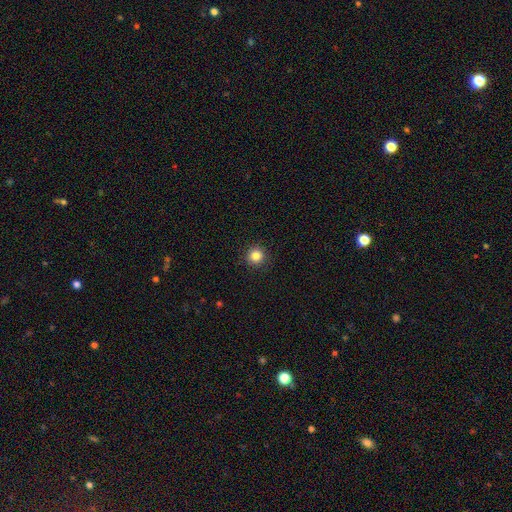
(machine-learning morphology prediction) smooth_or_featured: smooth (p=0.85) [alt: star or artifact p=0.11]
how_rounded: round (p=0.95) [alt: in between p=0.04]
merging: none (p=0.92) [alt: minor disturbance p=0.06]